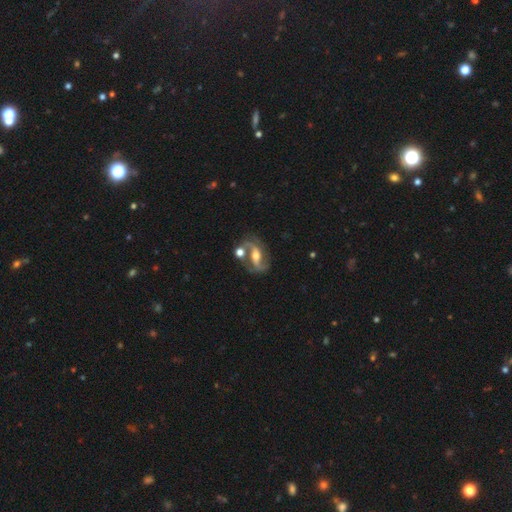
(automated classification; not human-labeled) Morphology: type=featured or disk (86%); edge-on=no (95%); bar=strong (50%); spiral arms=yes (95%); winding=medium (48%); arm count=2 (91%); bulge=moderate (68%); merging=none (65%).